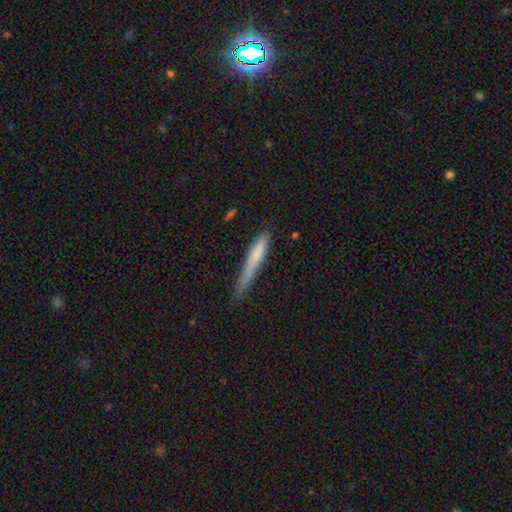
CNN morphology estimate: Smooth or featured?
  - smooth: 69% *
  - featured or disk: 24%
  - star or artifact: 7%
How rounded?
  - cigar-shaped: 94% *
  - in between: 5%
  - round: 1%
Merging?
  - none: 60% *
  - minor disturbance: 30%
  - major disturbance: 8%
  - merger: 3%